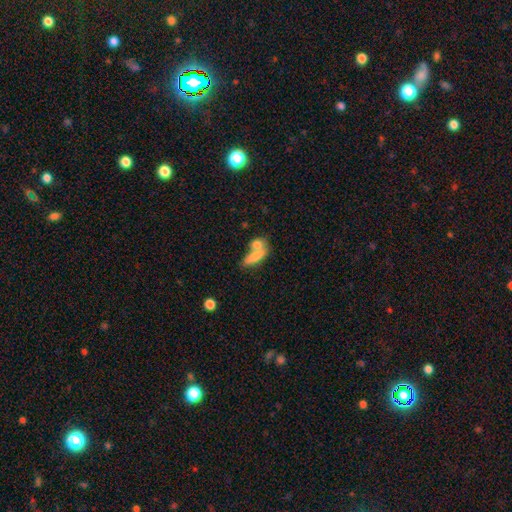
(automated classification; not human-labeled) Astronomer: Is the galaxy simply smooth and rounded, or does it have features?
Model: smooth — 75%.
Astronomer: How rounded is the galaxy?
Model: in between — 56% (runner-up: cigar-shaped, 37%).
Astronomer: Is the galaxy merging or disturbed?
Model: merger — 49% (runner-up: none, 34%).